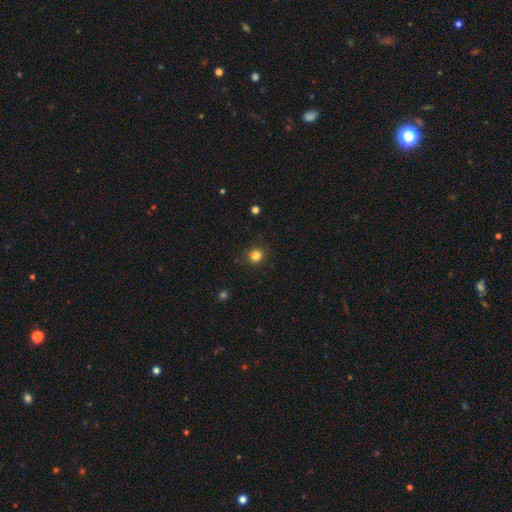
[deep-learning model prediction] smooth_or_featured: smooth (p=0.83) [alt: star or artifact p=0.13]
how_rounded: round (p=0.80) [alt: in between p=0.19]
merging: none (p=0.84) [alt: minor disturbance p=0.11]